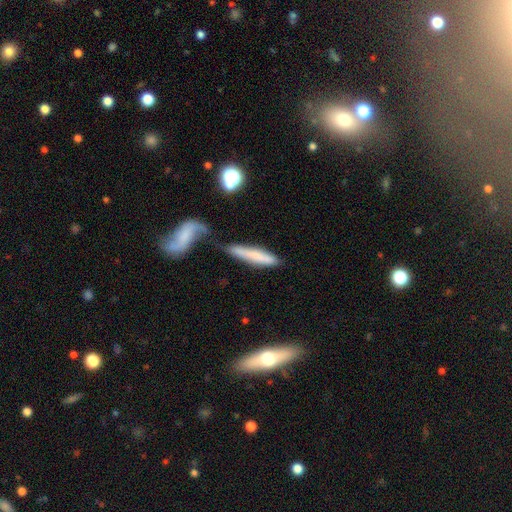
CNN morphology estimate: This appears to be a smooth galaxy with no disk features (65%) that is cigar-shaped (85%). Merging: none (50%).